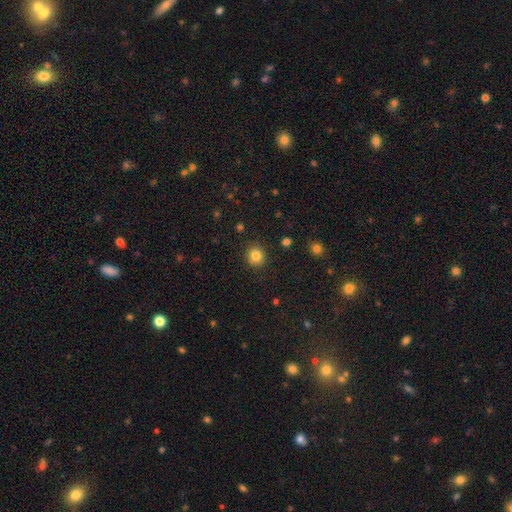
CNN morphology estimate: type=smooth (84%); roundness=round (88%); merging=none (90%).